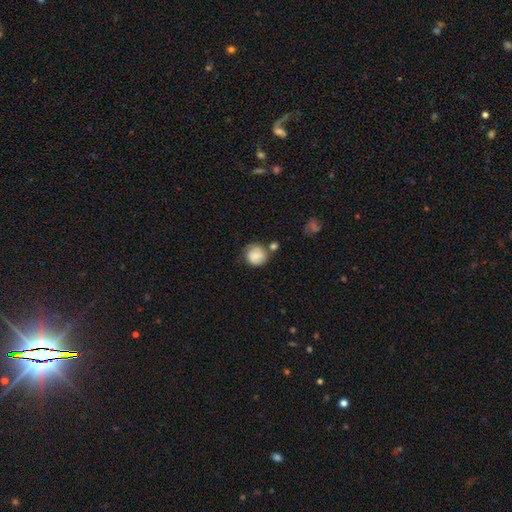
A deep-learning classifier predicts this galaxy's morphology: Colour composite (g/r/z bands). It shows a smooth galaxy with no disk features (62%) that is round (85%). Merging: none (58%).